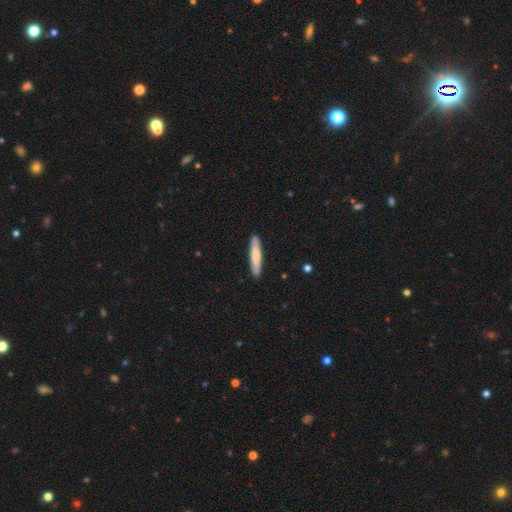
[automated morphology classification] Smooth or featured? Predicted: smooth (p=0.71). How rounded? Predicted: cigar-shaped (p=0.90). Merging? Predicted: none (p=0.89).